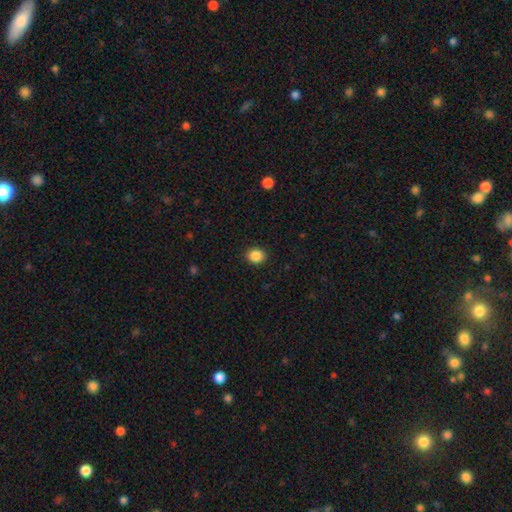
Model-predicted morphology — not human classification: Overall: smooth (87%). How rounded: round (68%; in between 32%). Merging: none (91%).